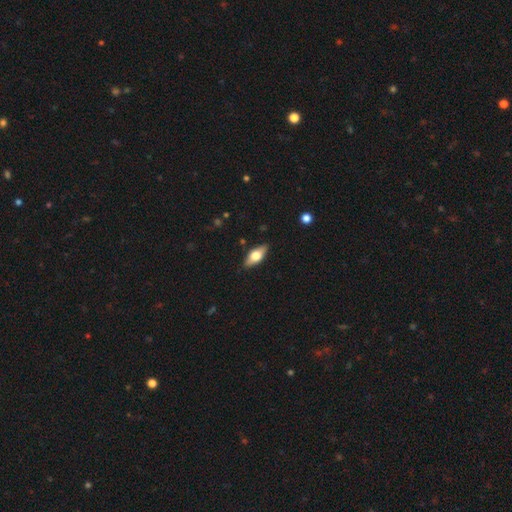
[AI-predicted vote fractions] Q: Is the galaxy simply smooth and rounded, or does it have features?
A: smooth — 52%.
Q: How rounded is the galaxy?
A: in between — 76%.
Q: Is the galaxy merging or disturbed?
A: none — 87%.